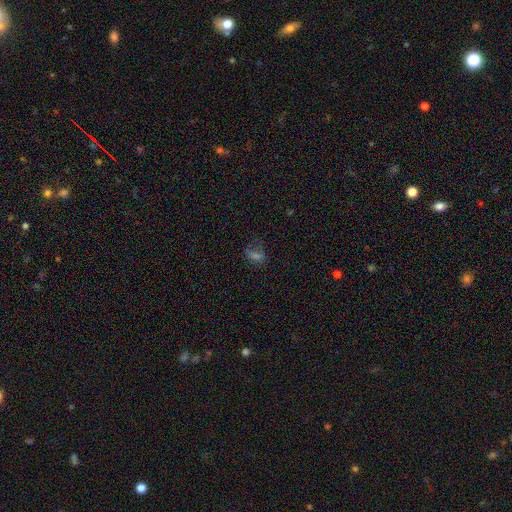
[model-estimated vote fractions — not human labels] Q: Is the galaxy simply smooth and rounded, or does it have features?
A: smooth — 46%.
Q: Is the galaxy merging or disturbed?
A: none — 55%.